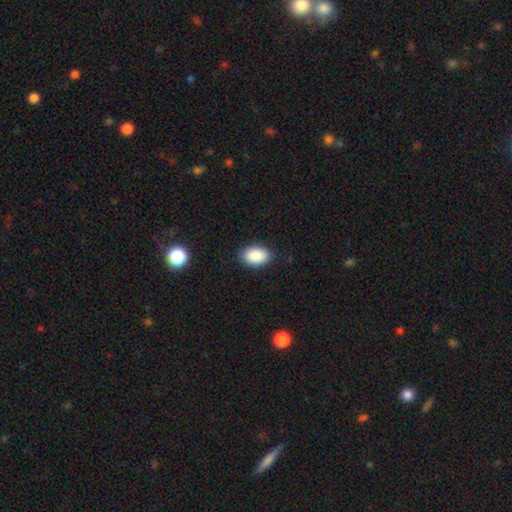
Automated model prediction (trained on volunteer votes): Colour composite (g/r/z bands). It shows a smooth galaxy with no disk features (89%) that is in between round and cigar-shaped (88%). Merging: none (87%).